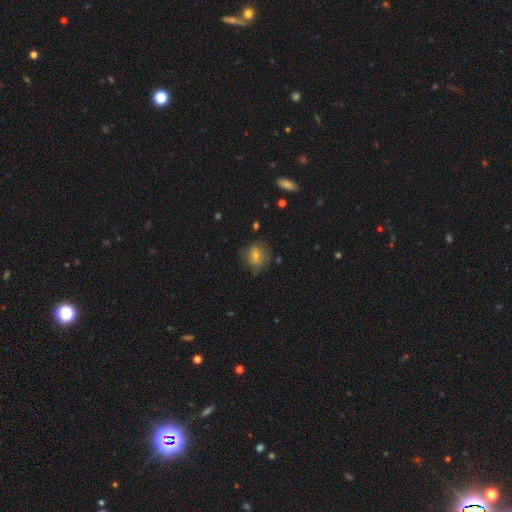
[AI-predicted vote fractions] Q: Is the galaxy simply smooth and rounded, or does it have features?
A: smooth — 69%.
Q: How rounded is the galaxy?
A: round — 61%.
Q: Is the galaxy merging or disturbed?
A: none — 69%.